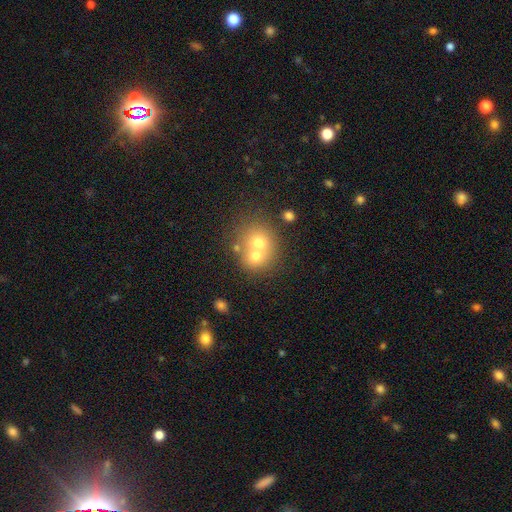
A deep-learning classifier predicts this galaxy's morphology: A smooth galaxy with no disk features (64%) that is round (75%). Merging: merger (63%).